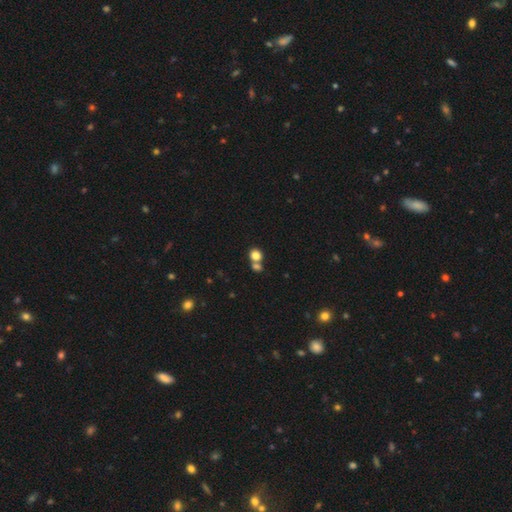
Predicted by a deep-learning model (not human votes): A smooth galaxy with no disk features (81%) that is round (80%). Merging: none (47%).